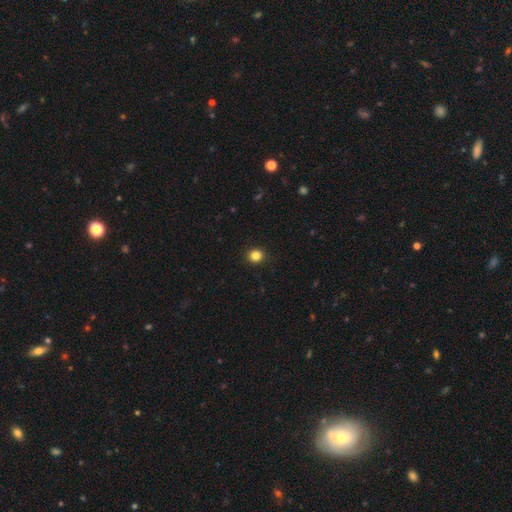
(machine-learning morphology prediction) The model was most divided on "smooth or featured": smooth: 84%, star or artifact: 12%, featured or disk: 4%. More confident: merging — none (92%); how rounded — round (89%).